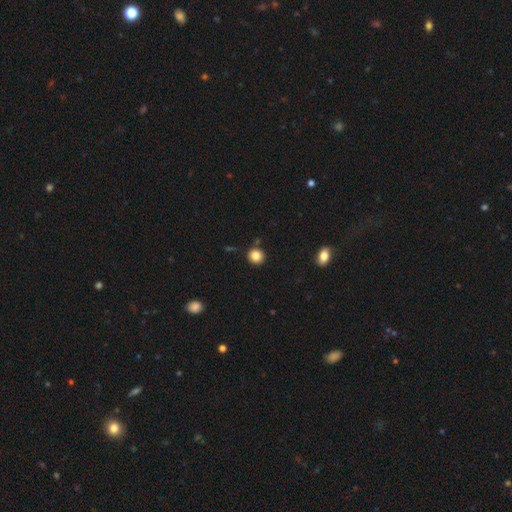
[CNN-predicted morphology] smooth-or-featured: smooth: 85% | star or artifact: 10% | featured or disk: 5%
  how-rounded: round: 90% | in between: 9% | cigar-shaped: 1%
  merging: none: 87% | minor disturbance: 7% | merger: 4% | major disturbance: 2%